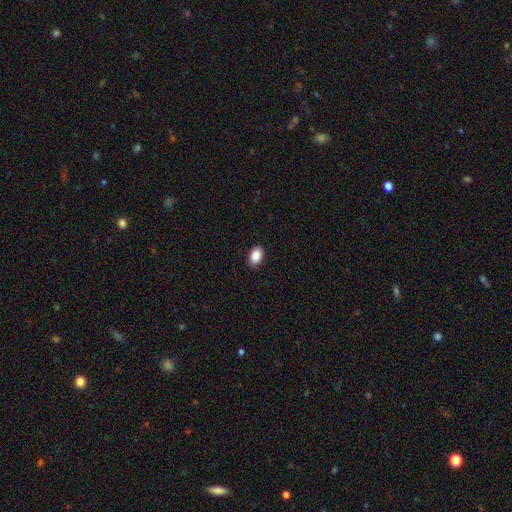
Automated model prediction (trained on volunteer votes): Q: Smooth or featured?
A: smooth (89%); runner-up: star or artifact (8%)
Q: How rounded?
A: in between (87%); runner-up: round (12%)
Q: Merging?
A: none (88%); runner-up: minor disturbance (9%)